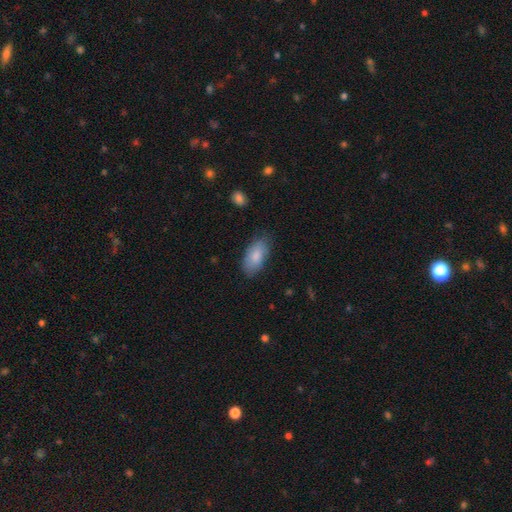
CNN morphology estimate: smooth-or-featured: smooth: 84% | featured or disk: 10% | star or artifact: 6%
  how-rounded: in between: 92% | cigar-shaped: 5% | round: 3%
  merging: none: 75% | minor disturbance: 19% | major disturbance: 4% | merger: 1%